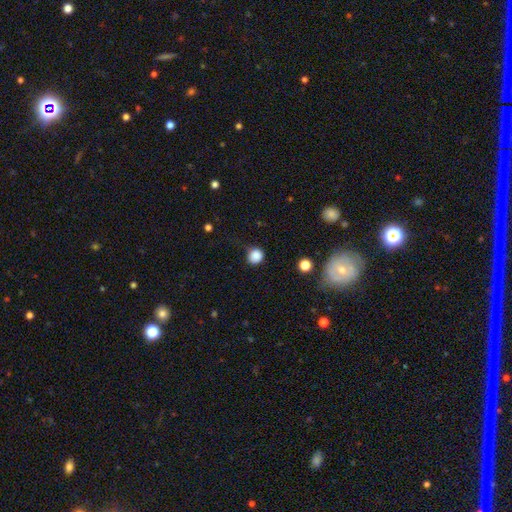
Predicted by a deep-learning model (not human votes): Smooth or featured?
  - smooth: 86% *
  - star or artifact: 11%
  - featured or disk: 4%
How rounded?
  - round: 90% *
  - in between: 9%
  - cigar-shaped: 1%
Merging?
  - none: 78% *
  - minor disturbance: 16%
  - major disturbance: 4%
  - merger: 2%